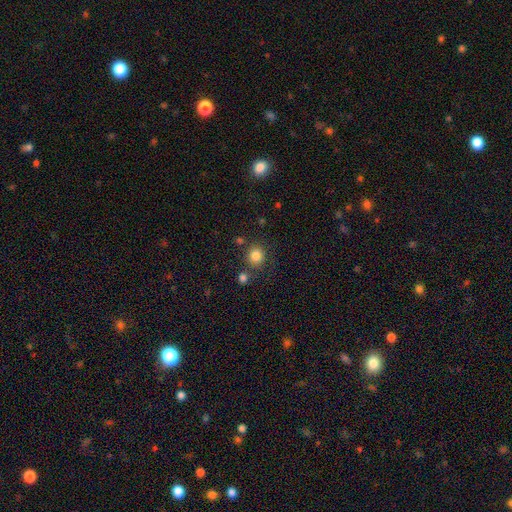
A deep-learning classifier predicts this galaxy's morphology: The model was most divided on "merging": none: 78%, merger: 9%, minor disturbance: 9%, major disturbance: 4%. More confident: how rounded — round (88%); smooth or featured — smooth (83%).